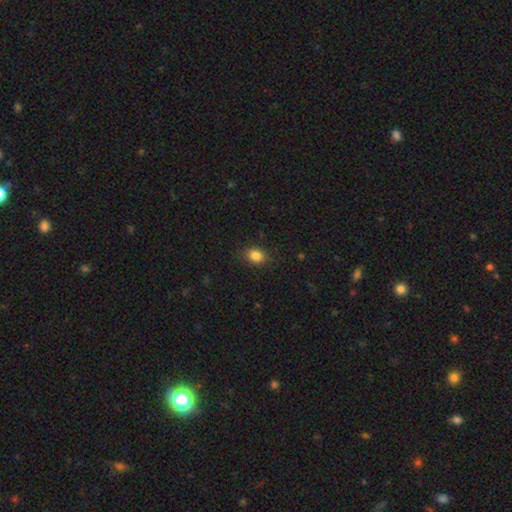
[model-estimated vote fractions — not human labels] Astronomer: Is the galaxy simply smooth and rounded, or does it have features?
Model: smooth — 85%.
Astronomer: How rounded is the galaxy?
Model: in between — 62%.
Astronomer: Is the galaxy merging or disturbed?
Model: none — 86%.